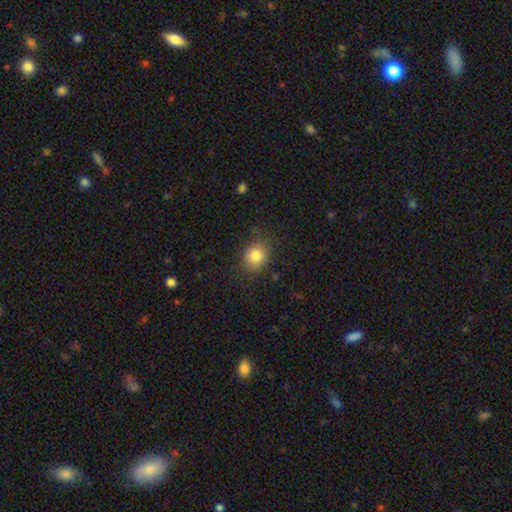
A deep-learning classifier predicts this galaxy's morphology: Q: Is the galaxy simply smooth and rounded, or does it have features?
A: smooth — 82%.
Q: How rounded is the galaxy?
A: round — 66%.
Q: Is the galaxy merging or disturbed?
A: none — 82%.